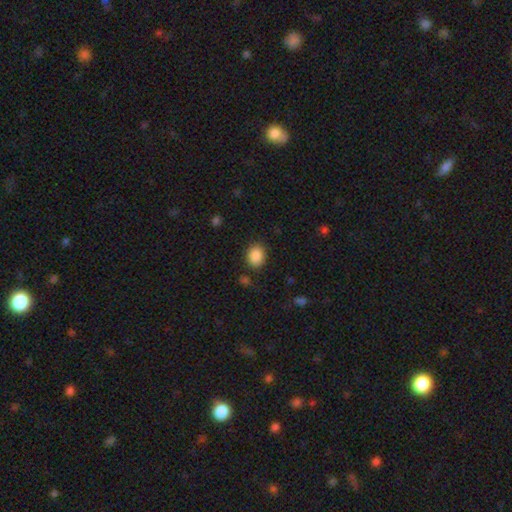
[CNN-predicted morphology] The model was most divided on "how rounded": round: 54%, in between: 46%, cigar-shaped: 1%. More confident: smooth or featured — smooth (88%); merging — none (84%).